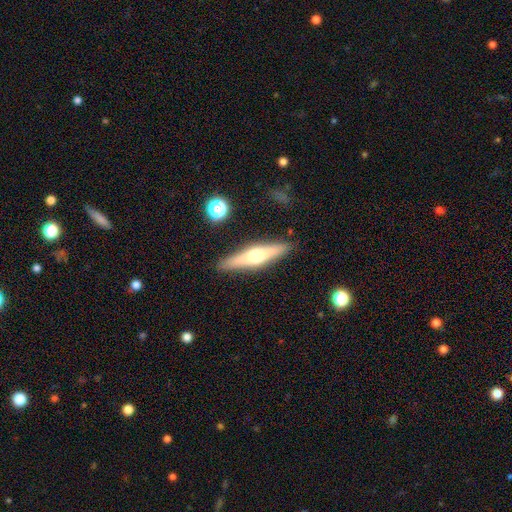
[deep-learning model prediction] A featured or disk galaxy (57%) viewed edge-on (95%) with a rounded central bulge (92%). Merging: none (89%).